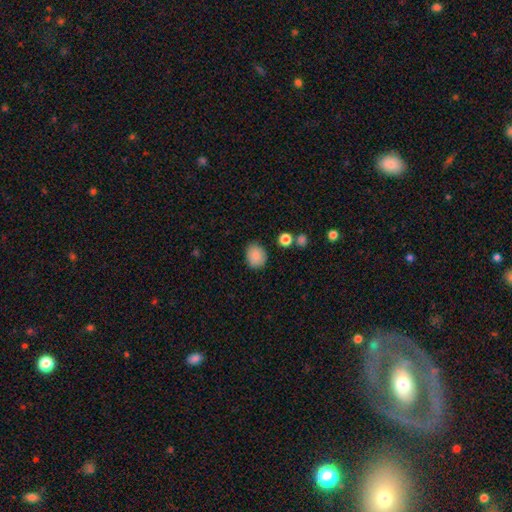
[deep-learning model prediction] The model was most divided on "how rounded": round: 65%, in between: 34%, cigar-shaped: 1%. More confident: smooth or featured — smooth (87%); merging — none (82%).